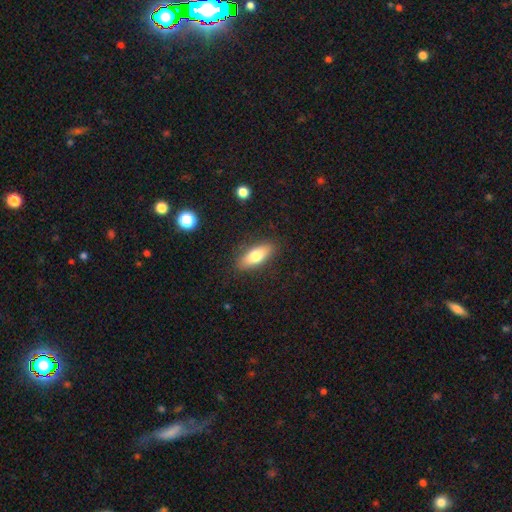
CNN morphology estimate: smooth_or_featured: smooth (p=0.71) [alt: featured or disk p=0.22]
how_rounded: in between (p=0.66) [alt: cigar-shaped p=0.31]
merging: none (p=0.86) [alt: minor disturbance p=0.10]